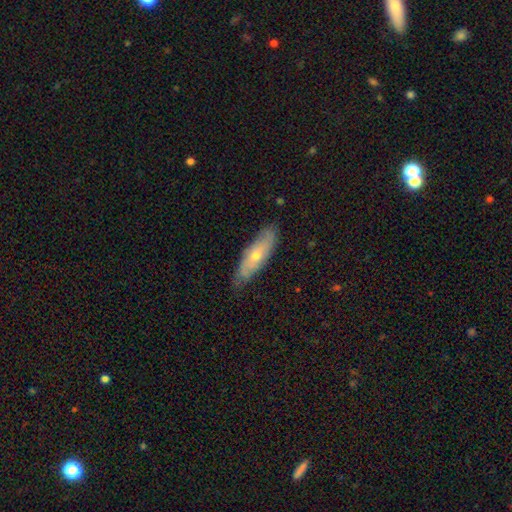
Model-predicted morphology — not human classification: type=smooth (52%); roundness=cigar-shaped (52%); merging=none (75%).